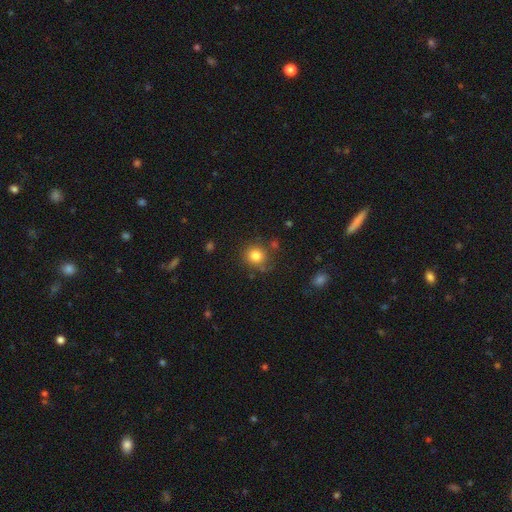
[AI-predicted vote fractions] Overall: smooth (82%). How rounded: round (87%). Merging: none (78%).